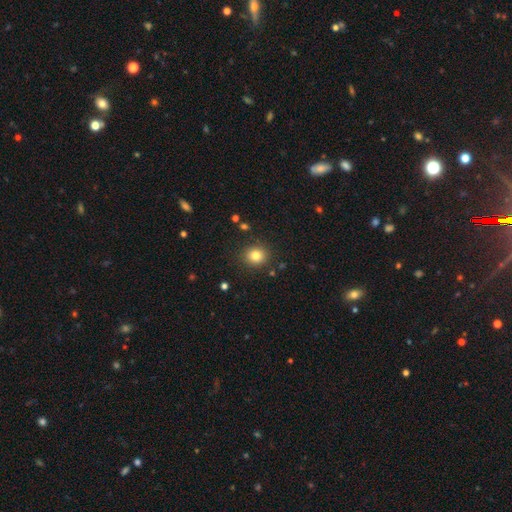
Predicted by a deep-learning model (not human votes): A smooth galaxy with no disk features (81%) that is round (83%). Merging: none (88%).